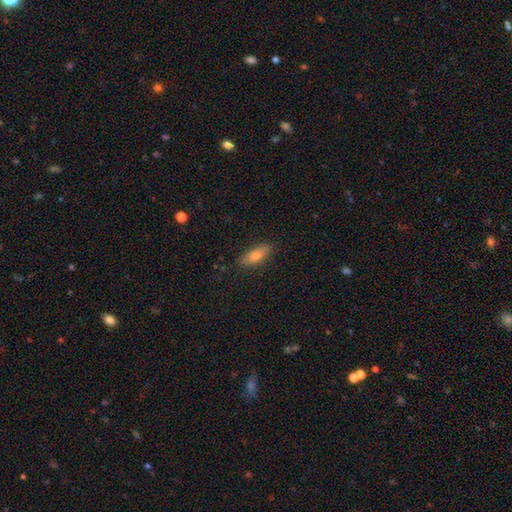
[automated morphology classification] smooth_or_featured: smooth (p=0.65) [alt: featured or disk p=0.26]
how_rounded: in between (p=0.50) [alt: cigar-shaped p=0.47]
merging: none (p=0.85) [alt: minor disturbance p=0.11]